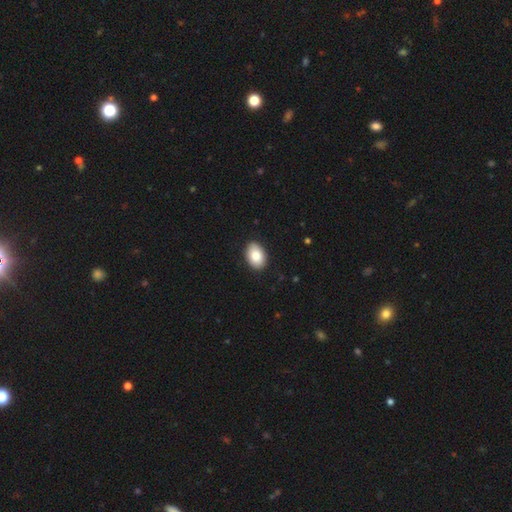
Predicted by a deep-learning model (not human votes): This appears to be a smooth galaxy with no disk features (85%) that is in between round and cigar-shaped (88%). Merging: none (90%).